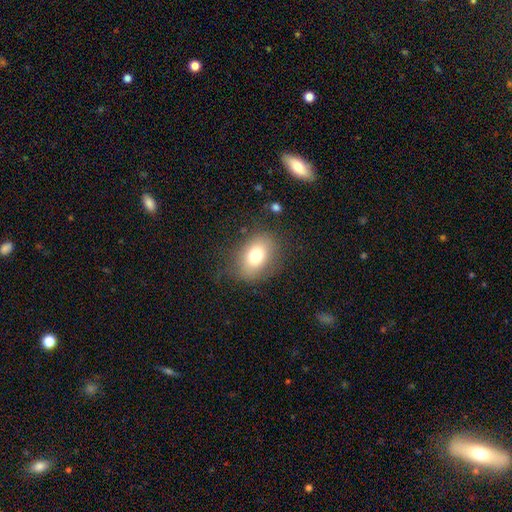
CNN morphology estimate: type=smooth (75%); roundness=in between (68%); merging=none (72%).